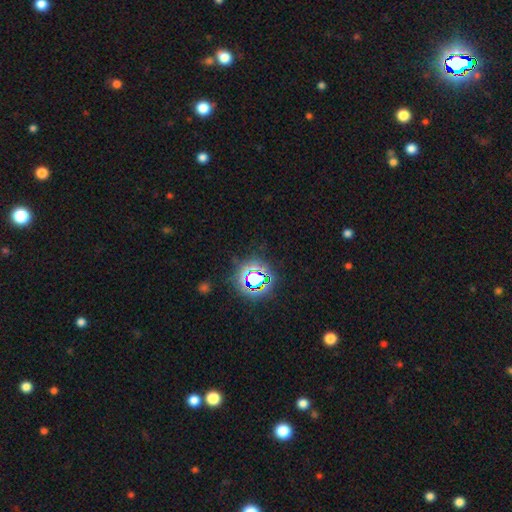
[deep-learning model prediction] Morphology: type=star or artifact (79%).